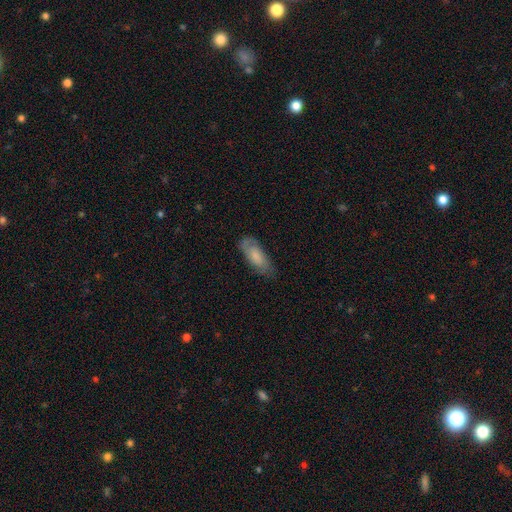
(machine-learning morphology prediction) Q: Smooth or featured?
A: smooth (63%); runner-up: featured or disk (30%)
Q: How rounded?
A: in between (78%); runner-up: cigar-shaped (19%)
Q: Merging?
A: none (70%); runner-up: minor disturbance (23%)